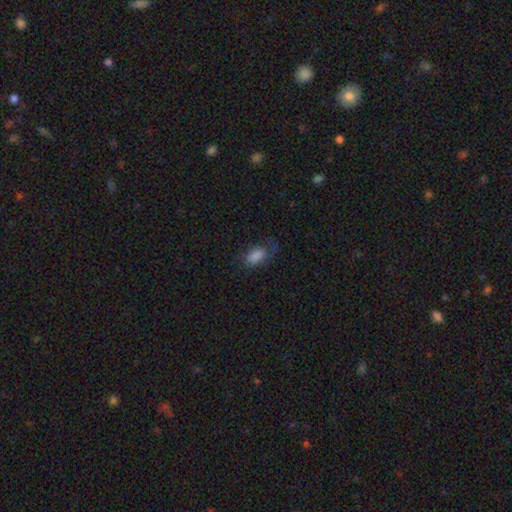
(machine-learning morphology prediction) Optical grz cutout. It shows a smooth galaxy with no disk features (73%) that is in between round and cigar-shaped (89%). Merging: none (51%).